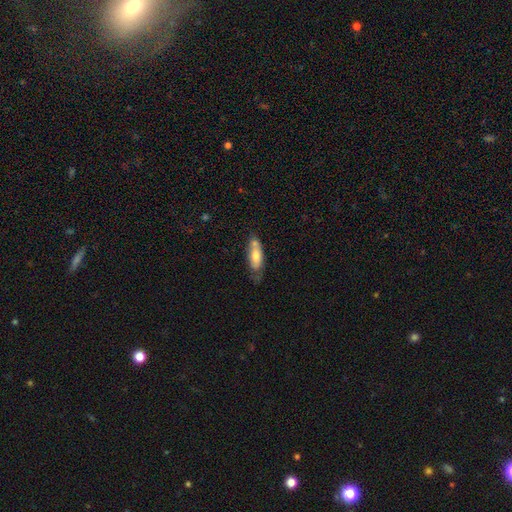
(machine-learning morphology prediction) smooth-or-featured: smooth: 58% | featured or disk: 35% | star or artifact: 7%
  how-rounded: in between: 67% | cigar-shaped: 31% | round: 2%
  merging: none: 51% | minor disturbance: 26% | merger: 14% | major disturbance: 9%